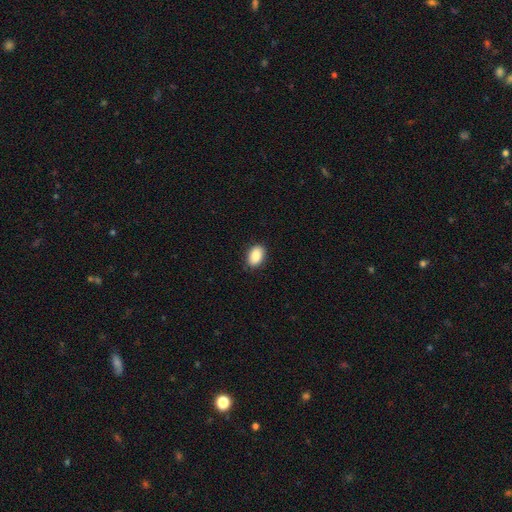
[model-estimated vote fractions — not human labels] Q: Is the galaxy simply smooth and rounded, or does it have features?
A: smooth — 88%.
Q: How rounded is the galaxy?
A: in between — 89%.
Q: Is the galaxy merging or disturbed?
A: none — 88%.